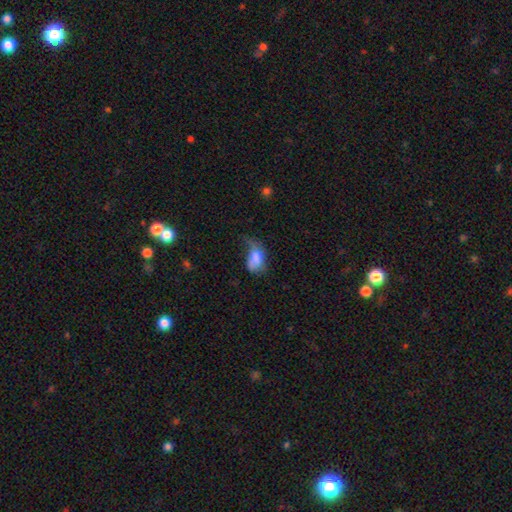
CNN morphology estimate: smooth 68%, featured or disk 22%, star or artifact 9%. Down the decision tree: how rounded — in between (88%); merging — major disturbance (49%).